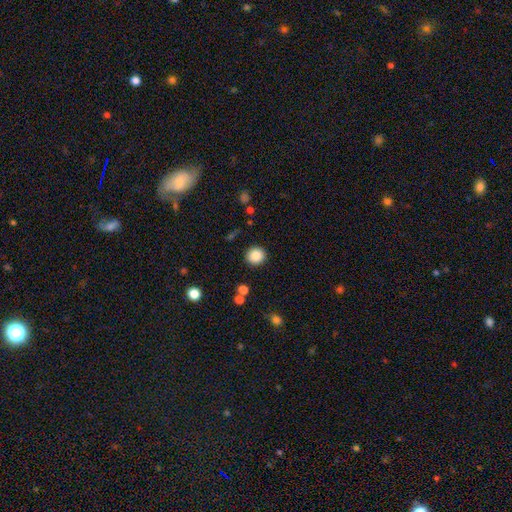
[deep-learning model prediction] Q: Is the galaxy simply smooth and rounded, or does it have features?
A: smooth — 86%.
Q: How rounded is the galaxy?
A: round — 90%.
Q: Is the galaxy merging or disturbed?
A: none — 90%.